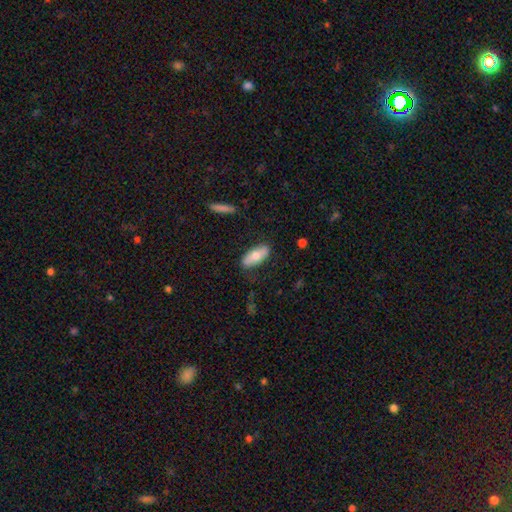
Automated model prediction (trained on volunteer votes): smooth-or-featured: smooth: 67% | featured or disk: 27% | star or artifact: 6%
  how-rounded: in between: 80% | cigar-shaped: 18% | round: 3%
  merging: none: 82% | minor disturbance: 13% | major disturbance: 3% | merger: 2%